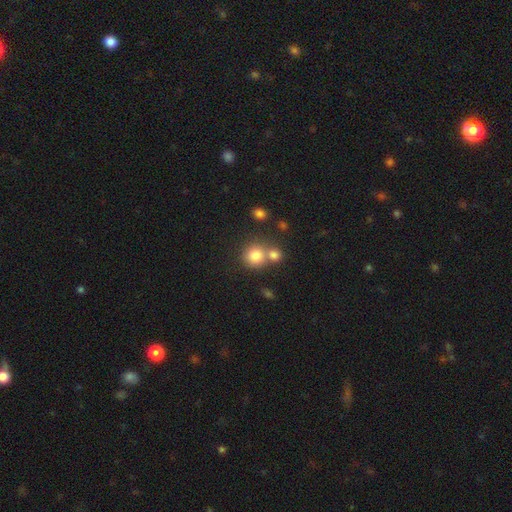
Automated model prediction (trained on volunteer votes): Smooth or featured?
  - smooth: 80% *
  - star or artifact: 11%
  - featured or disk: 9%
How rounded?
  - round: 88% *
  - in between: 11%
  - cigar-shaped: 1%
Merging?
  - none: 52% *
  - merger: 37%
  - minor disturbance: 8%
  - major disturbance: 3%